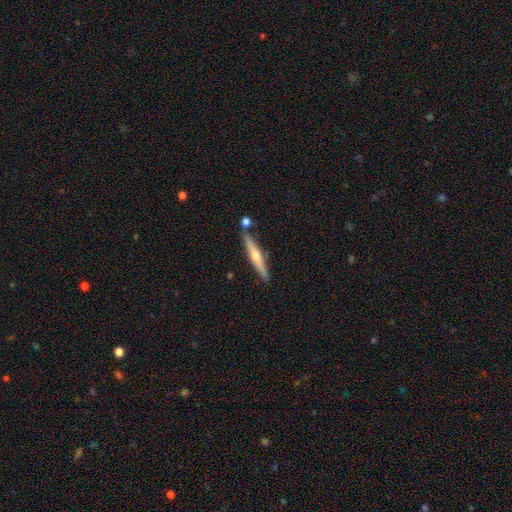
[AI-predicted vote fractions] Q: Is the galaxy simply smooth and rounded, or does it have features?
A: featured or disk — 57%.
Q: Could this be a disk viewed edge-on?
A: yes — 96%.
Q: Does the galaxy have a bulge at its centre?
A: rounded — 86%.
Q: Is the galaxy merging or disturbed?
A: none — 83%.